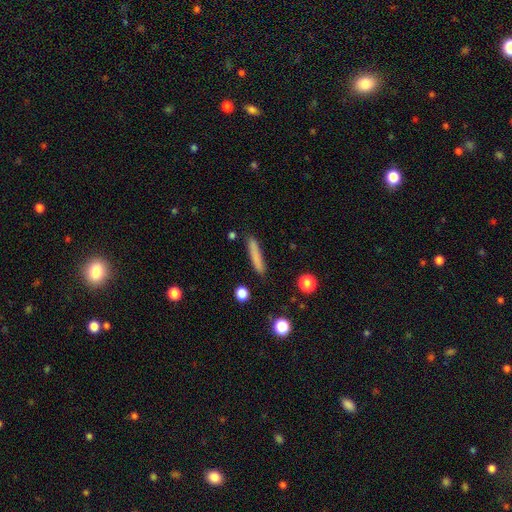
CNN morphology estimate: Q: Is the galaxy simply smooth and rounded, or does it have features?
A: smooth — 79%.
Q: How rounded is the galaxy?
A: cigar-shaped — 92%.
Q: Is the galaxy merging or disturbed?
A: none — 87%.